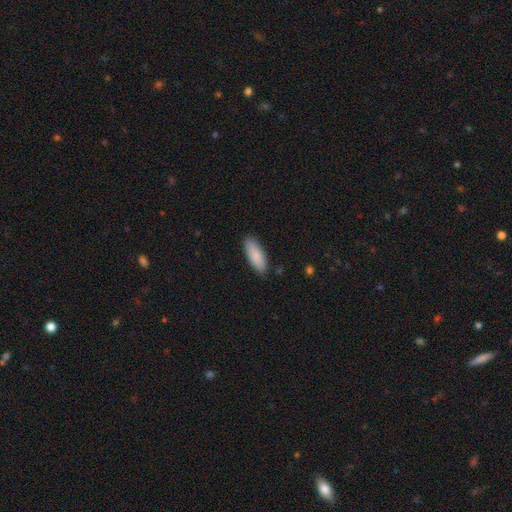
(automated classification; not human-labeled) A smooth galaxy with no disk features (88%) that is in between round and cigar-shaped (69%). Merging: none (87%).